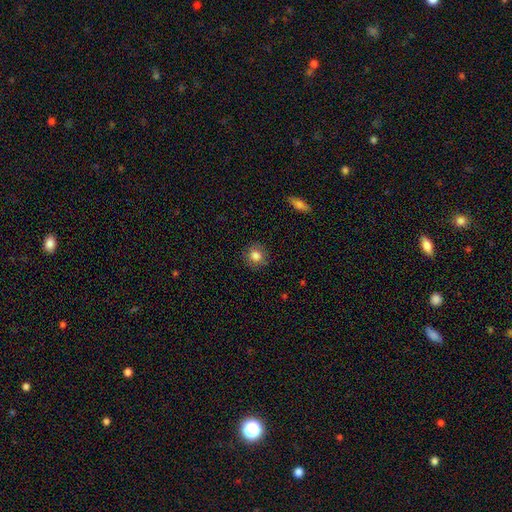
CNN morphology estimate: type=smooth (83%); roundness=round (88%); merging=none (87%).